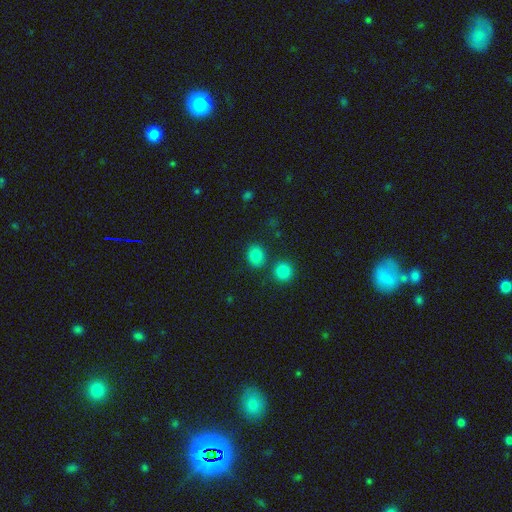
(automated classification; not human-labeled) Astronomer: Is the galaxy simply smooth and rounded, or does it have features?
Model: smooth — 84%.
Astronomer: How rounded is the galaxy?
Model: round — 68%.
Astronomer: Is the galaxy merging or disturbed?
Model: none — 77%.